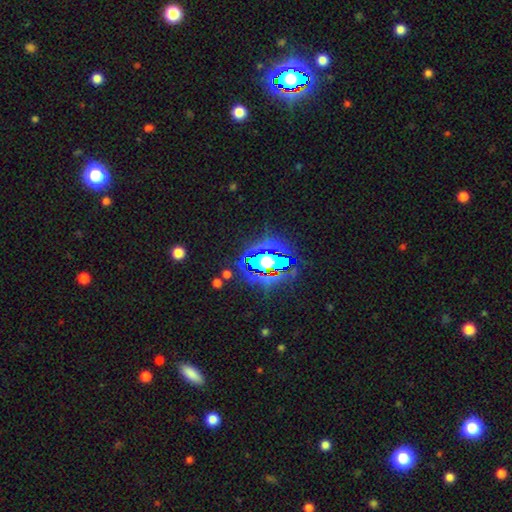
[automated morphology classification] This is likely a star or artifact rather than a galaxy (69%).